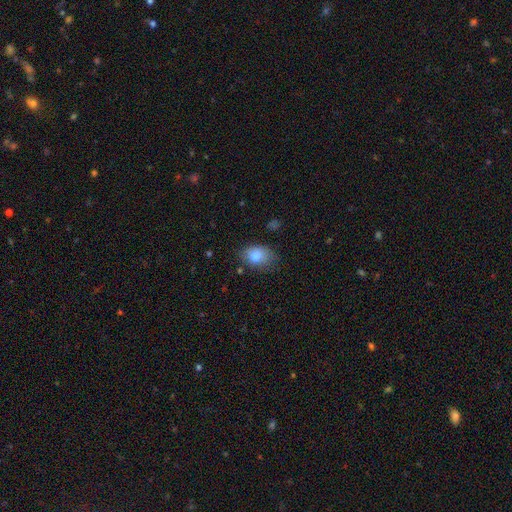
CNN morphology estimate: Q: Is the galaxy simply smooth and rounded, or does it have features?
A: smooth — 82%.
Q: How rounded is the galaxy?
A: in between — 80%.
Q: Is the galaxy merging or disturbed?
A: none — 63%.